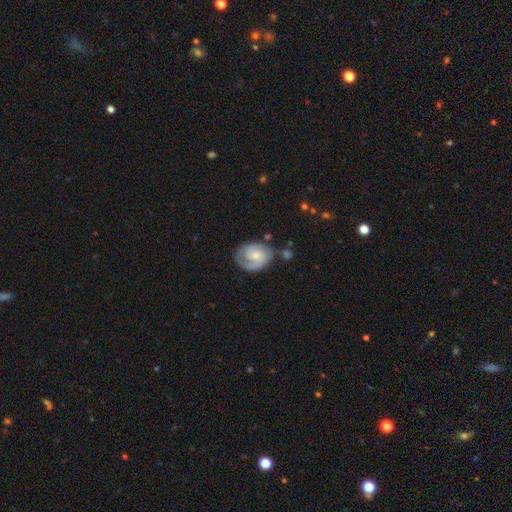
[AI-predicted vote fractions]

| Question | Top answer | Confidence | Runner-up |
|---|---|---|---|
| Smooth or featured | featured or disk | 71% | smooth (23%) |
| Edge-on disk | no | 97% | yes (3%) |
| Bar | no | 65% | weak (31%) |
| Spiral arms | yes | 91% | no (9%) |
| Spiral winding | tight | 51% | medium (36%) |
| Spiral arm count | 2 | 51% | 1 (24%) |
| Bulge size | small | 55% | moderate (35%) |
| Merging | none | 61% | minor disturbance (23%) |